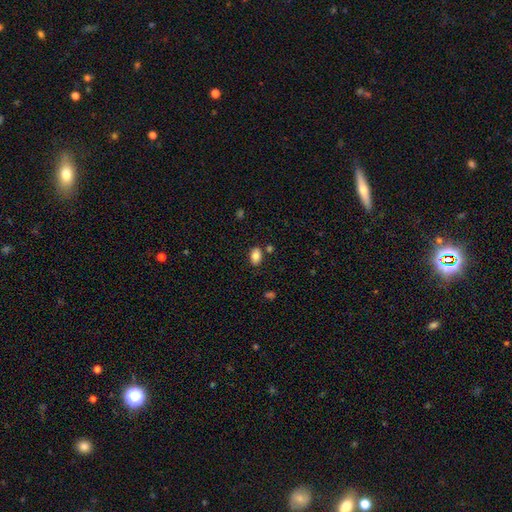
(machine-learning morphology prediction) Smooth or featured? Predicted: smooth (p=0.85). How rounded? Predicted: in between (p=0.85). Merging? Predicted: none (p=0.79).